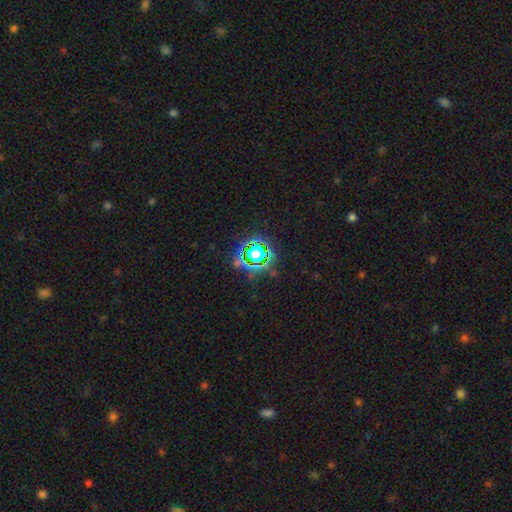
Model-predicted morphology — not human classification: type=star or artifact (65%).